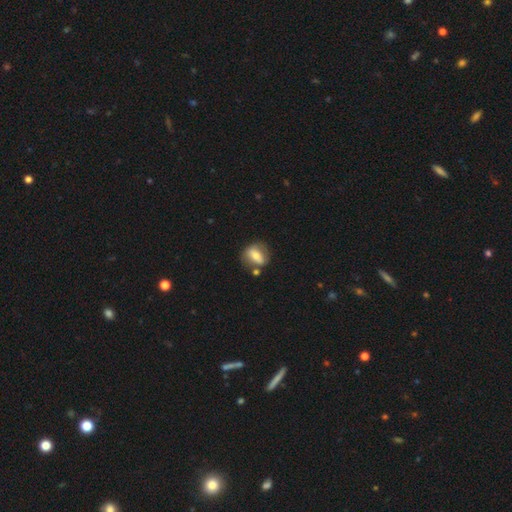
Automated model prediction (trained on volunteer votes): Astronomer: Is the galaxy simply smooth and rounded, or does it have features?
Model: smooth — 56% (runner-up: featured or disk, 36%).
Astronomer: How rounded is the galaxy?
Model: in between — 57% (runner-up: round, 37%).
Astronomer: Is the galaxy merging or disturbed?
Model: none — 62%.